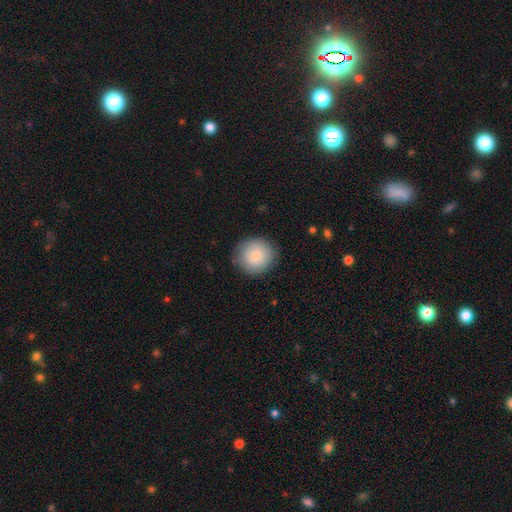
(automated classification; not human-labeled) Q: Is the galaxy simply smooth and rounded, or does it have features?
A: smooth — 82%.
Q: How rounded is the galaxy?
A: round — 90%.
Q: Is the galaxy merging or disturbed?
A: none — 85%.